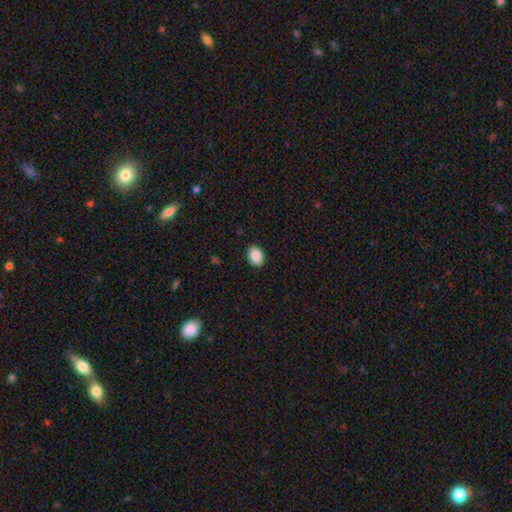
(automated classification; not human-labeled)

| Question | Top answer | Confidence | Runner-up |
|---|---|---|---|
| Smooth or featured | smooth | 89% | star or artifact (7%) |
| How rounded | in between | 77% | round (22%) |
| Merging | none | 90% | minor disturbance (8%) |